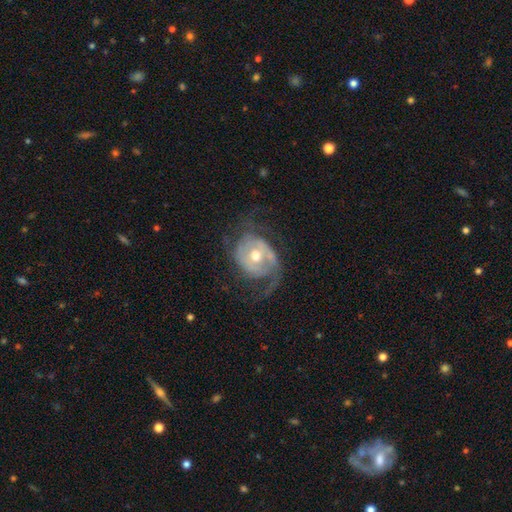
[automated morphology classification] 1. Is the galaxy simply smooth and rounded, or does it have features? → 82% featured or disk, 13% smooth, 5% star or artifact.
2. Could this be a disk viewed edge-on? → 97% no, 3% yes.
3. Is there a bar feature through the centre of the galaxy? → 68% no, 25% weak, 7% strong.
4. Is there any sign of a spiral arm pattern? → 88% yes, 12% no.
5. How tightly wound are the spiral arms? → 37% medium, 33% tight, 30% loose.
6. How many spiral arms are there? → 50% 2, 23% 1, 15% can't tell, 7% 3, 3% 4, 2% more than 4.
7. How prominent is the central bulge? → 75% moderate, 14% small, 9% large, 1% none, 1% dominant.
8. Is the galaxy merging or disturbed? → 51% none, 28% major disturbance, 20% minor disturbance, 2% merger.